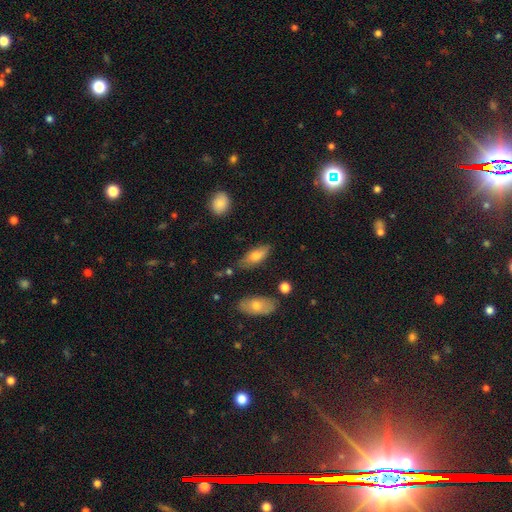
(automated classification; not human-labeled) This is likely a smooth galaxy (70%). How rounded: likely in between (78%). Merging: likely none (69%).